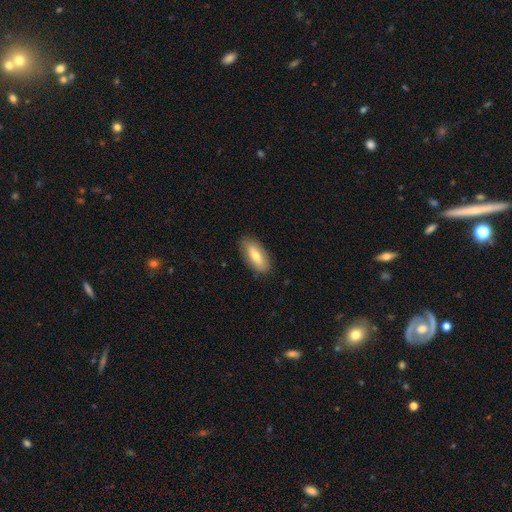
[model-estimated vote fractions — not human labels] The model was most divided on "smooth or featured": smooth: 70%, featured or disk: 24%, star or artifact: 6%. More confident: merging — none (86%); how rounded — in between (82%).